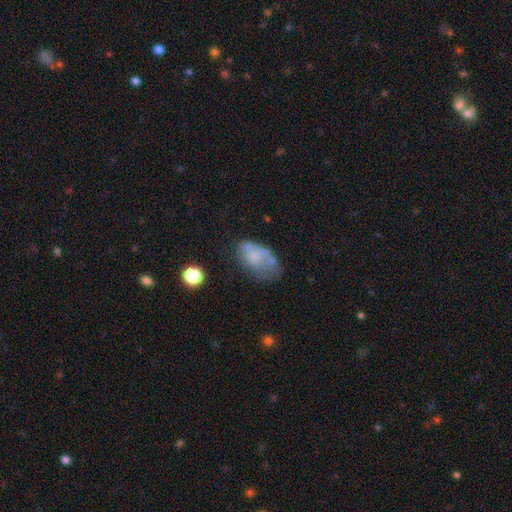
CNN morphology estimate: Overall: smooth (56%; featured or disk 32%). How rounded: in between (91%). Merging: none (39%; minor disturbance 30%).